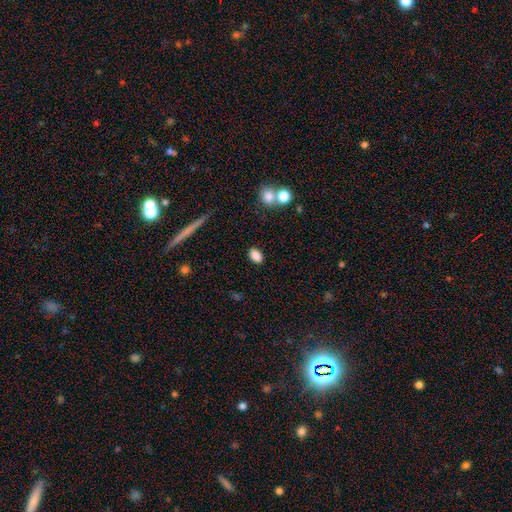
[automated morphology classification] Smooth or featured? smooth (86%)
How rounded? in between (86%)
Merging? none (84%)